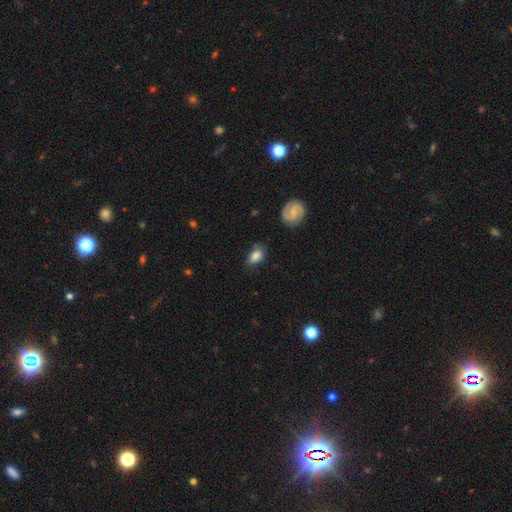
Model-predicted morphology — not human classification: This is likely a smooth galaxy (77%). How rounded: clearly in between (86%). Merging: likely none (62%).